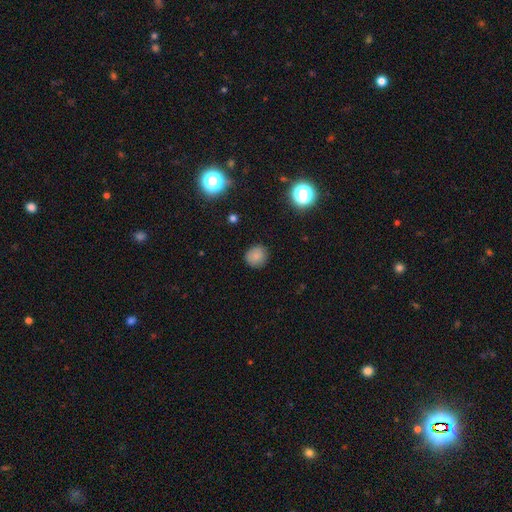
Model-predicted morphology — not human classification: Smooth or featured: smooth — 82% (star or artifact — 13%)
How rounded: round — 89% (in between — 10%)
Merging: none — 87% (minor disturbance — 9%)